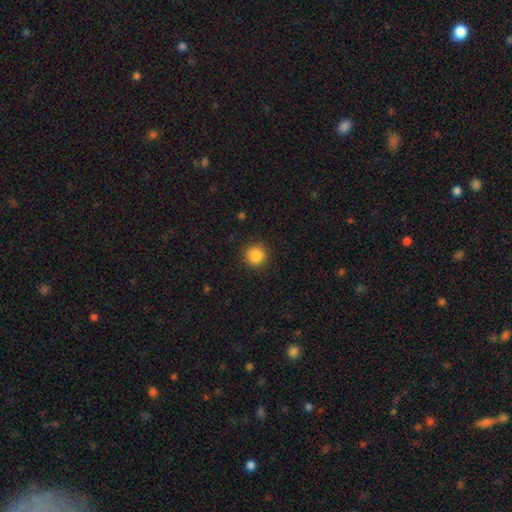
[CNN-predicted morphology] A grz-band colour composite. It shows a smooth galaxy with no disk features (87%) that is round (93%). Merging: none (90%).